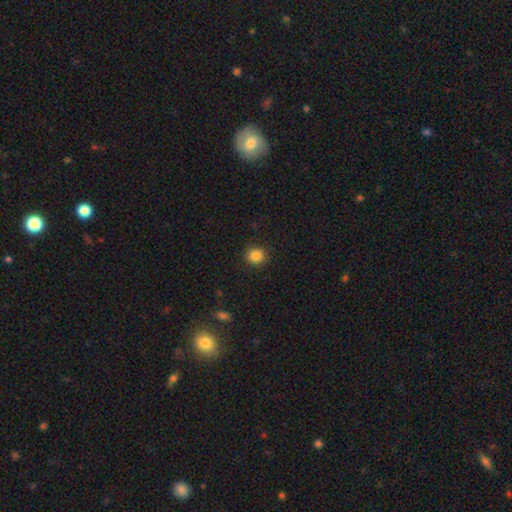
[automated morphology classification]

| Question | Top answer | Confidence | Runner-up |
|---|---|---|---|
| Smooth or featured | smooth | 85% | star or artifact (11%) |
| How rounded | round | 89% | in between (10%) |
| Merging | none | 90% | minor disturbance (7%) |